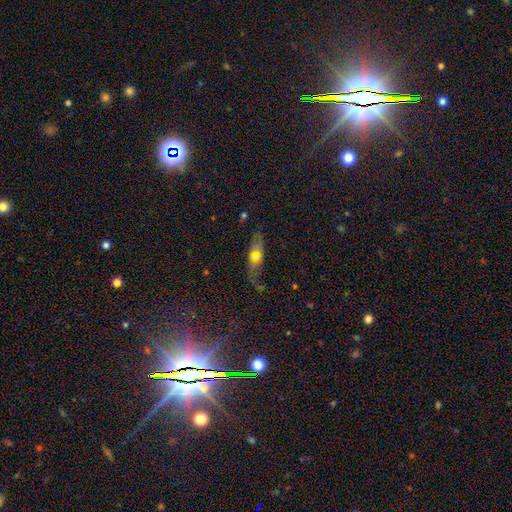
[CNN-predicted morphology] A smooth galaxy with no disk features (44%).

Vote fractions:
- Smooth or featured? smooth: 44% / featured or disk: 31% / star or artifact: 25%
- Merging? none: 74% / minor disturbance: 15% / major disturbance: 7% / merger: 4%